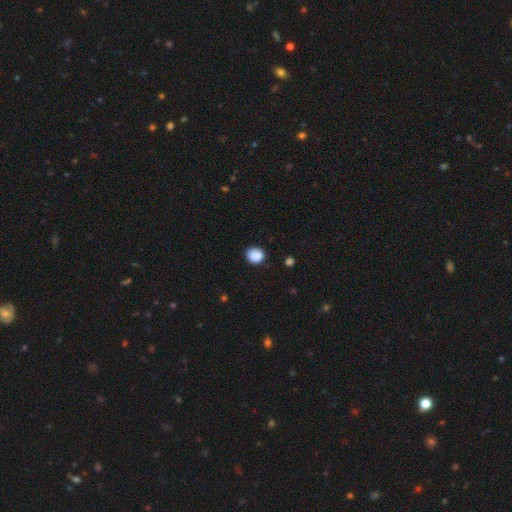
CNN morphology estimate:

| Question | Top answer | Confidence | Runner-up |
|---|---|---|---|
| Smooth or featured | smooth | 87% | star or artifact (8%) |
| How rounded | round | 82% | in between (18%) |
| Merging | none | 79% | minor disturbance (16%) |